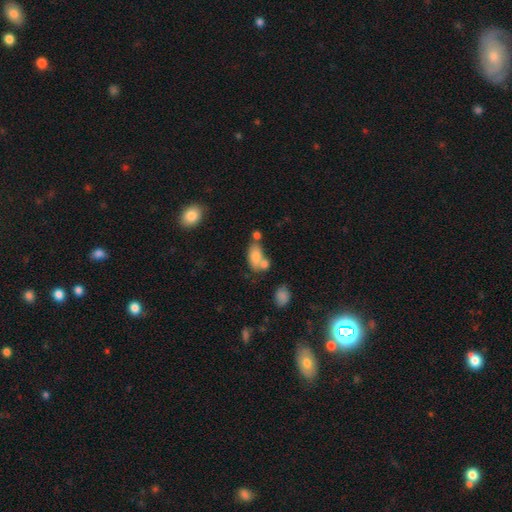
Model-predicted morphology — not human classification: Smooth or featured?
  - smooth: 78% *
  - featured or disk: 12%
  - star or artifact: 10%
How rounded?
  - in between: 89% *
  - round: 7%
  - cigar-shaped: 3%
Merging?
  - merger: 41% *
  - none: 37%
  - minor disturbance: 15%
  - major disturbance: 7%